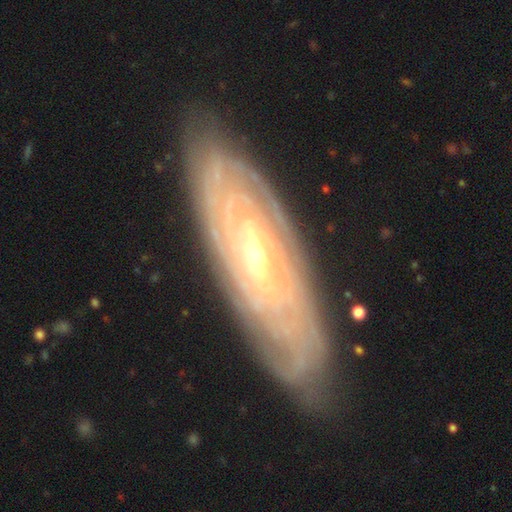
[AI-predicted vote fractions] The model was most divided on "bar": no: 39%, weak: 38%, strong: 23%. Remaining: spiral arms — yes (94%); smooth or featured — featured or disk (87%); spiral winding — tight (86%); edge-on disk — no (84%); merging — none (82%); bulge size — small (50%); spiral arm count — can't tell (49%).